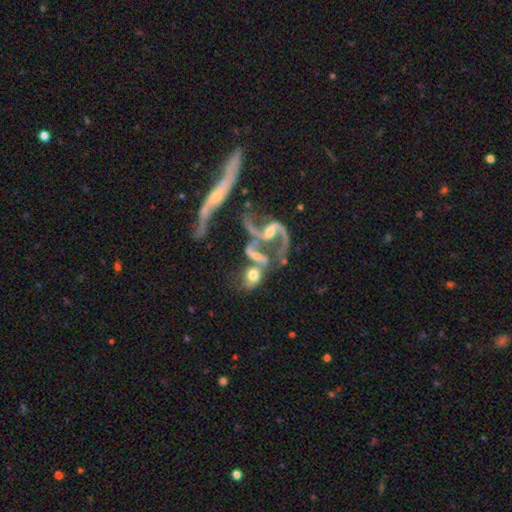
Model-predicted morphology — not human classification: A featured or disk galaxy (62%) with no bar (52%), spiral arms (75%) and a moderate central bulge (38%).

Vote fractions:
- Smooth or featured? featured or disk: 62% / smooth: 28% / star or artifact: 10%
- Edge-on disk? no: 94% / yes: 6%
- Bar? no: 52% / weak: 33% / strong: 15%
- Spiral arms? yes: 75% / no: 25%
- Bulge size? moderate: 38% / small: 34% / none: 15% / large: 10% / dominant: 3%
- Merging? merger: 57% / none: 19% / major disturbance: 15% / minor disturbance: 9%